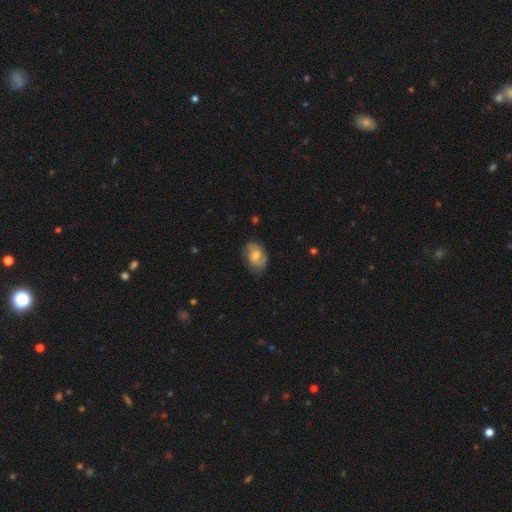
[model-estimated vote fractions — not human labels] A featured or disk galaxy (53%) with no bar (52%), spiral arms (82%) and a moderate central bulge (53%).

Vote fractions:
- Smooth or featured? featured or disk: 53% / smooth: 40% / star or artifact: 8%
- Edge-on disk? no: 96% / yes: 4%
- Bar? no: 52% / weak: 40% / strong: 8%
- Spiral arms? yes: 82% / no: 18%
- Bulge size? moderate: 53% / small: 35% / large: 6% / none: 5% / dominant: 1%
- Merging? none: 66% / minor disturbance: 24% / major disturbance: 9% / merger: 1%